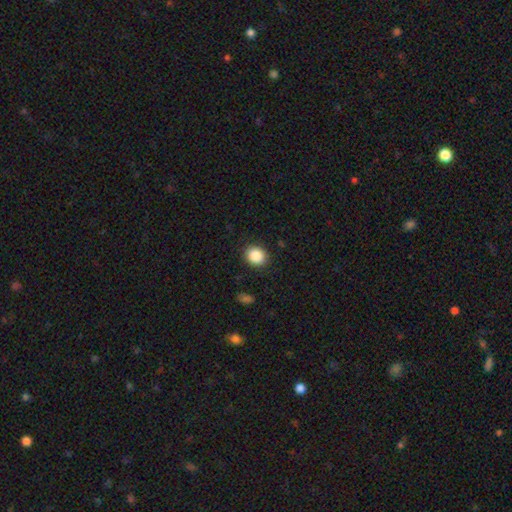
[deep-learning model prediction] The model was most divided on "how rounded": round: 74%, in between: 25%, cigar-shaped: 1%. More confident: merging — none (89%); smooth or featured — smooth (88%).